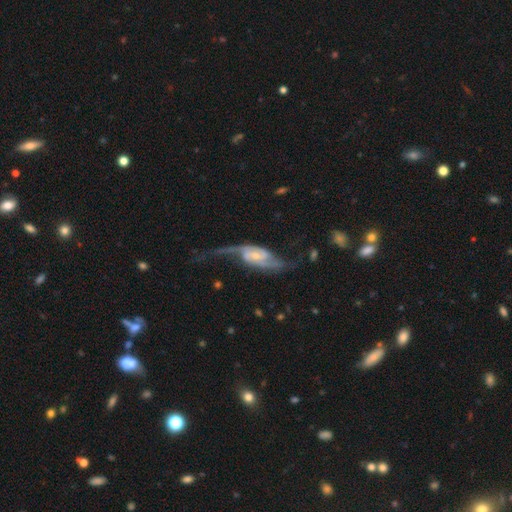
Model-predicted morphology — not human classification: Smooth or featured: featured or disk — 88% (smooth — 7%)
Edge-on disk: no — 94% (yes — 6%)
Bar: no — 45% (weak — 40%)
Spiral arms: yes — 96% (no — 4%)
Spiral winding: loose — 60% (medium — 30%)
Spiral arm count: 2 — 89% (can't tell — 4%)
Bulge size: small — 57% (moderate — 32%)
Merging: none — 50% (major disturbance — 27%)